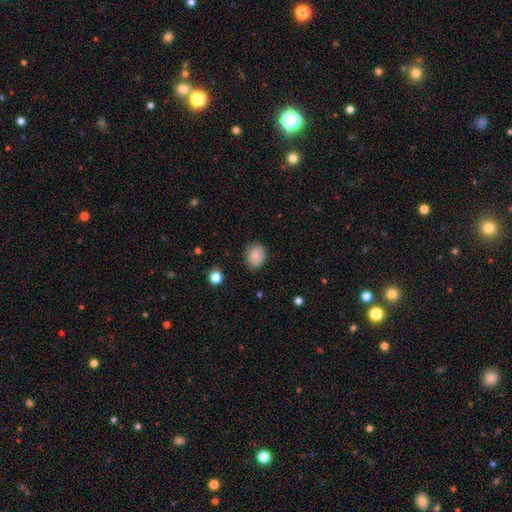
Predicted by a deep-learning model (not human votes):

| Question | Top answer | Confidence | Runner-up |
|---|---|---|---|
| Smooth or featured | smooth | 86% | star or artifact (8%) |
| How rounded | in between | 57% | round (42%) |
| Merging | none | 81% | minor disturbance (15%) |